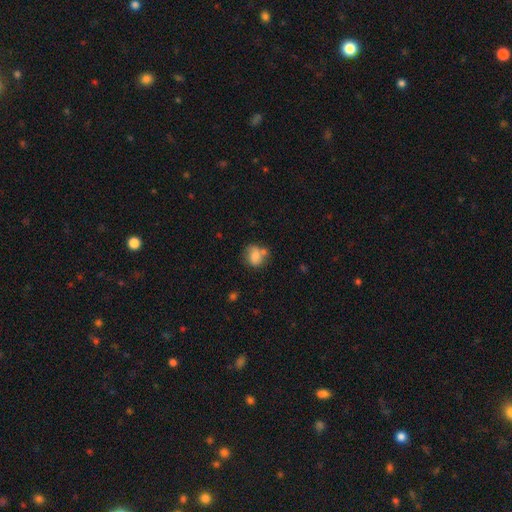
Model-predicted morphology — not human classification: smooth 77%, featured or disk 14%, star or artifact 9%. Down the decision tree: how rounded — round (54%); merging — none (49%).